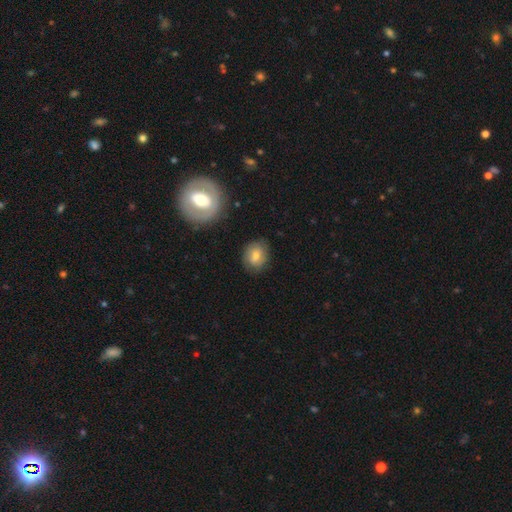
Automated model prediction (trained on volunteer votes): A smooth galaxy with no disk features (70%) that is round (59%). Merging: none (78%).